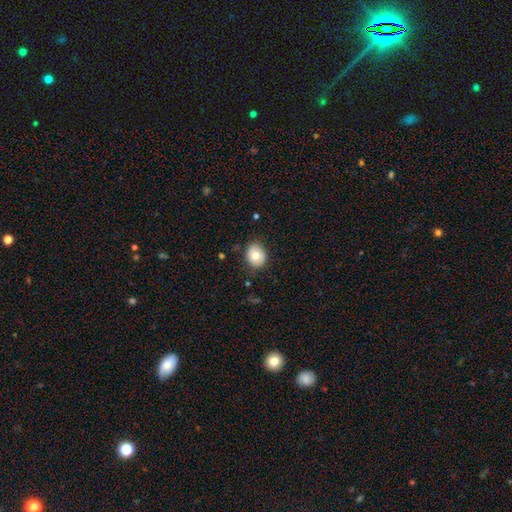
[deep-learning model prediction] Overall: smooth (73%). How rounded: round (55%; in between 44%). Merging: none (82%).